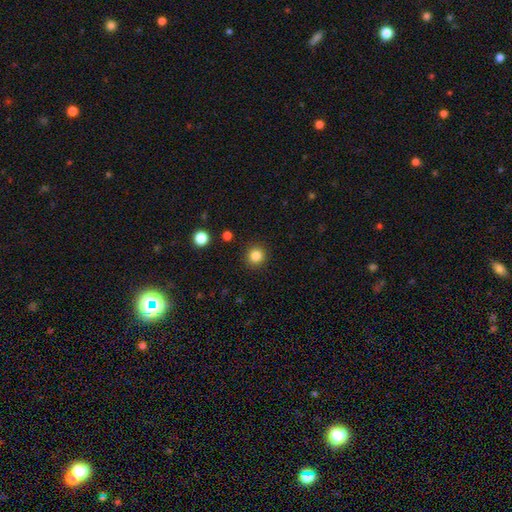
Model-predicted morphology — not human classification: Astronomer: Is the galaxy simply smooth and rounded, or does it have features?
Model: smooth — 84%.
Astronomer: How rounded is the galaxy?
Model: round — 93%.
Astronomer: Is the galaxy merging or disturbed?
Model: none — 91%.